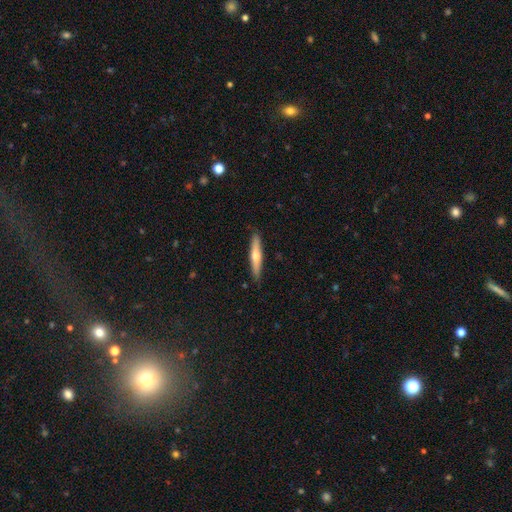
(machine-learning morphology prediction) smooth-or-featured: smooth: 52% | featured or disk: 43% | star or artifact: 5%
  how-rounded: cigar-shaped: 90% | in between: 9% | round: 1%
  merging: none: 88% | minor disturbance: 9% | major disturbance: 2% | merger: 1%